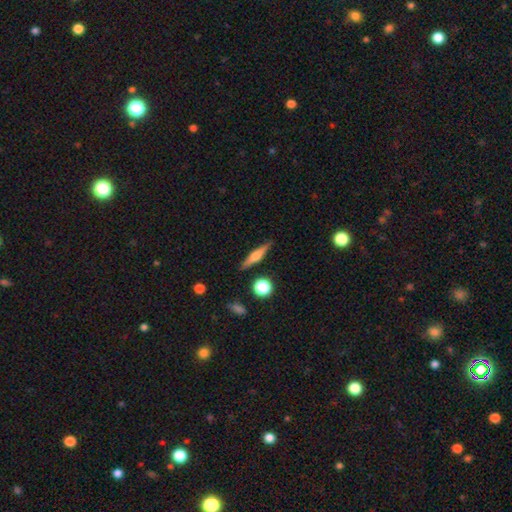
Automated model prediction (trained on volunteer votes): smooth_or_featured: featured or disk (p=0.53) [alt: smooth p=0.39]
disk_edge_on: yes (p=0.96) [alt: no p=0.04]
edge_on_bulge: rounded (p=0.81) [alt: boxy p=0.12]
merging: none (p=0.87) [alt: minor disturbance p=0.09]